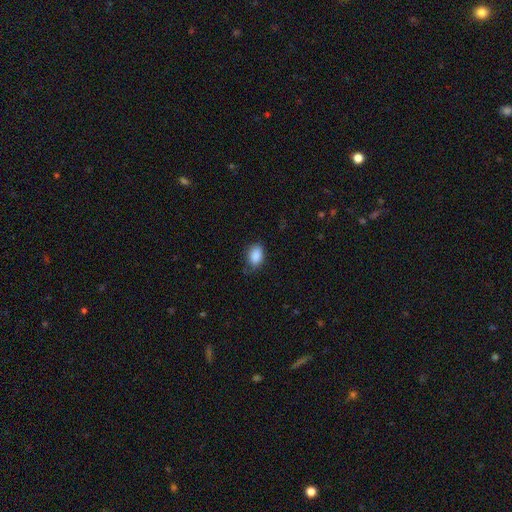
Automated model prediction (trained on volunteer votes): smooth 88%, star or artifact 8%, featured or disk 4%. Down the decision tree: how rounded — in between (86%); merging — none (71%).